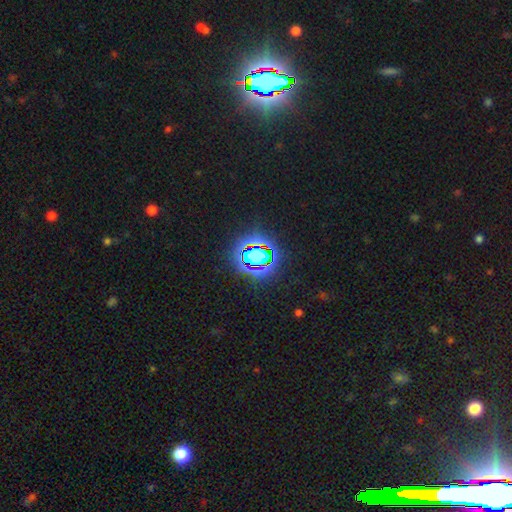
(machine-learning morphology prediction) The model was most divided on "smooth or featured": star or artifact: 65%, smooth: 23%, featured or disk: 12%.